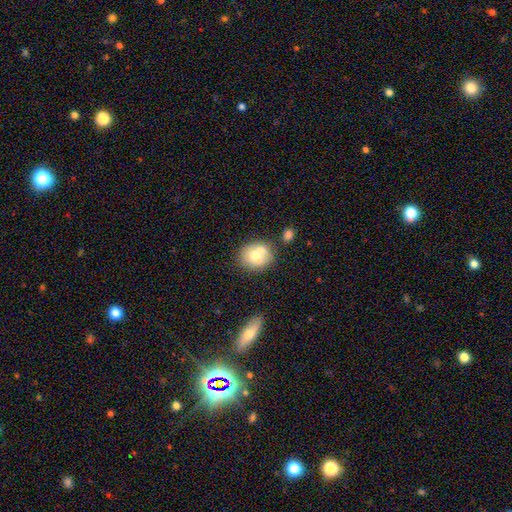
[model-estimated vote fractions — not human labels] Q: Smooth or featured?
A: smooth (67%); runner-up: featured or disk (24%)
Q: How rounded?
A: round (70%); runner-up: in between (29%)
Q: Merging?
A: none (49%); runner-up: merger (35%)